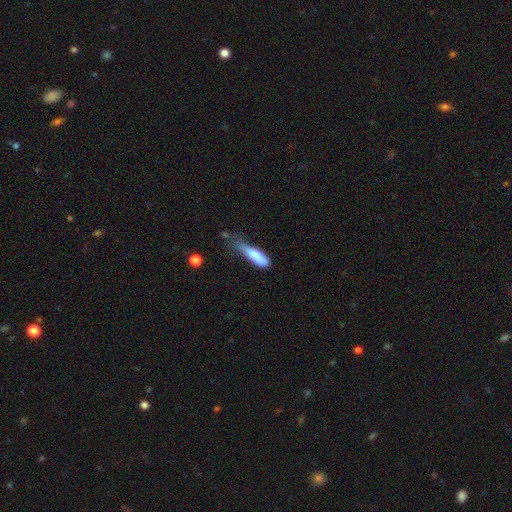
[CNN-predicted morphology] Smooth or featured?
  - smooth: 78% *
  - featured or disk: 15%
  - star or artifact: 7%
How rounded?
  - cigar-shaped: 57% *
  - in between: 41%
  - round: 2%
Merging?
  - minor disturbance: 44% *
  - none: 26%
  - major disturbance: 25%
  - merger: 5%